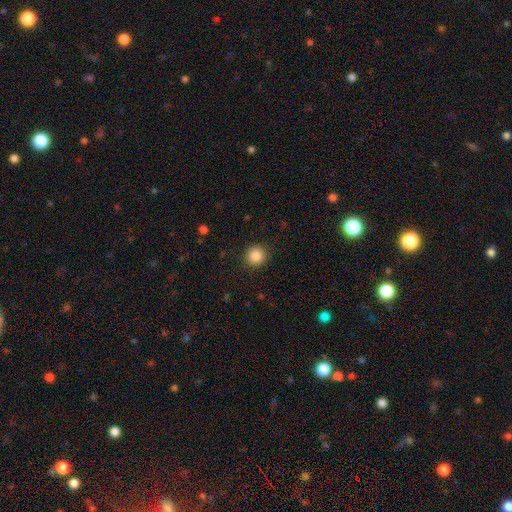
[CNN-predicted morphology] smooth 87%, star or artifact 10%, featured or disk 3%. Down the decision tree: how rounded — round (92%); merging — none (91%).